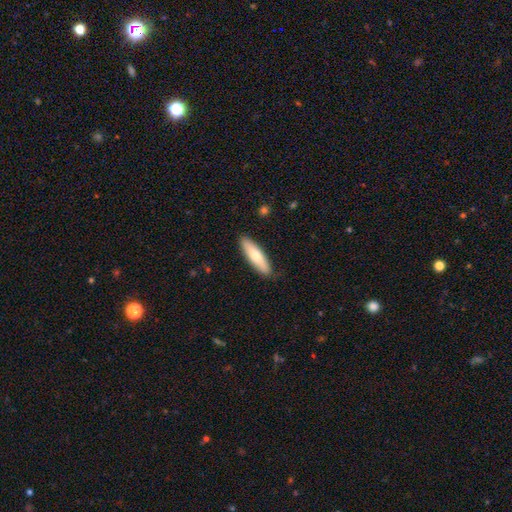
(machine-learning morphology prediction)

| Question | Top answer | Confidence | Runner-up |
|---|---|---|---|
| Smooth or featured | smooth | 71% | featured or disk (24%) |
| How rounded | cigar-shaped | 64% | in between (34%) |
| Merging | none | 86% | minor disturbance (11%) |